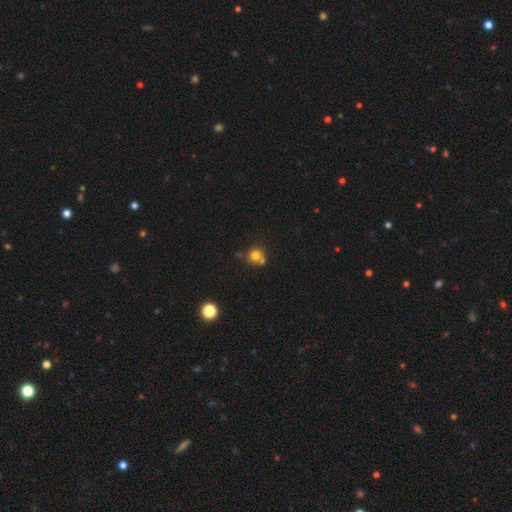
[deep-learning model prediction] Q: Smooth or featured?
A: smooth (76%); runner-up: star or artifact (14%)
Q: How rounded?
A: round (88%); runner-up: in between (11%)
Q: Merging?
A: none (55%); runner-up: merger (31%)